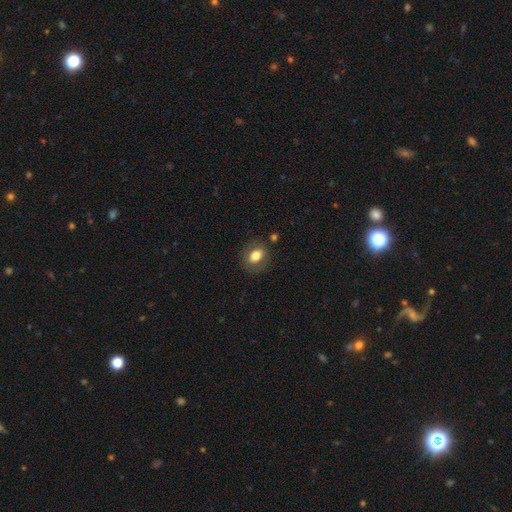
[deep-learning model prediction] Morphology: type=smooth (73%); roundness=in between (61%); merging=none (80%).